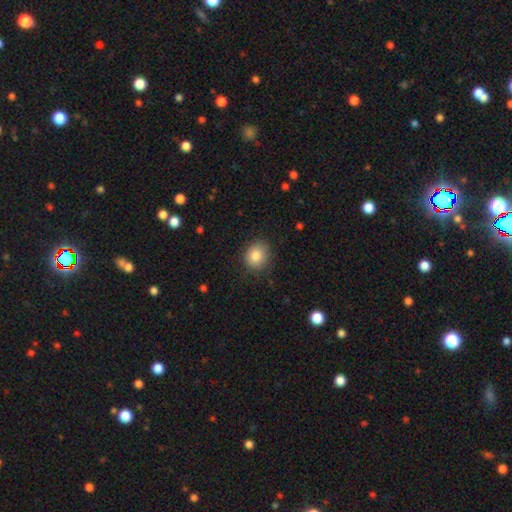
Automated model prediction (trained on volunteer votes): Smooth or featured? Predicted: smooth (p=0.84). How rounded? Predicted: round (p=0.75). Merging? Predicted: none (p=0.83).